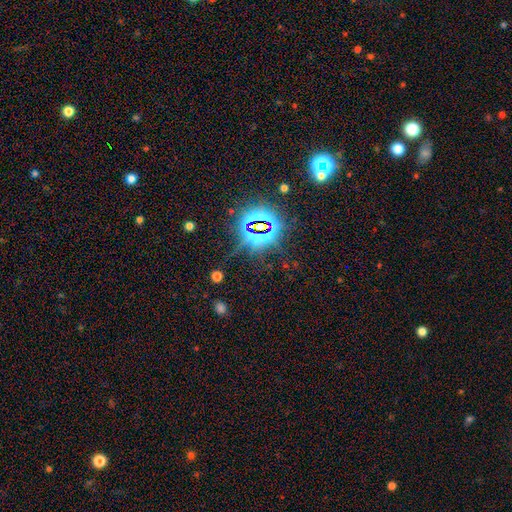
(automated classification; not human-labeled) Q: Smooth or featured?
A: star or artifact (82%); runner-up: smooth (10%)